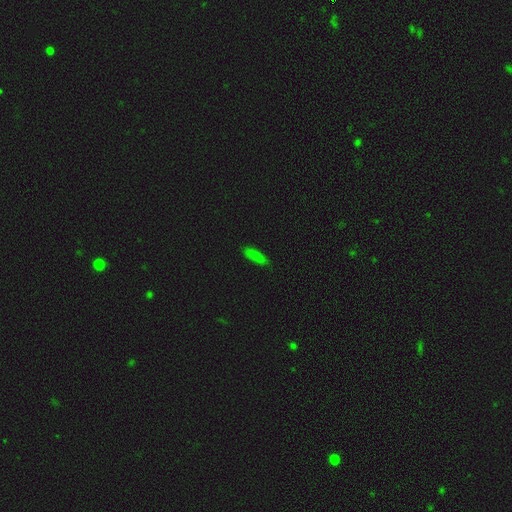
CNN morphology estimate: Q: Smooth or featured?
A: smooth (80%); runner-up: star or artifact (11%)
Q: How rounded?
A: cigar-shaped (61%); runner-up: in between (36%)
Q: Merging?
A: none (84%); runner-up: minor disturbance (13%)